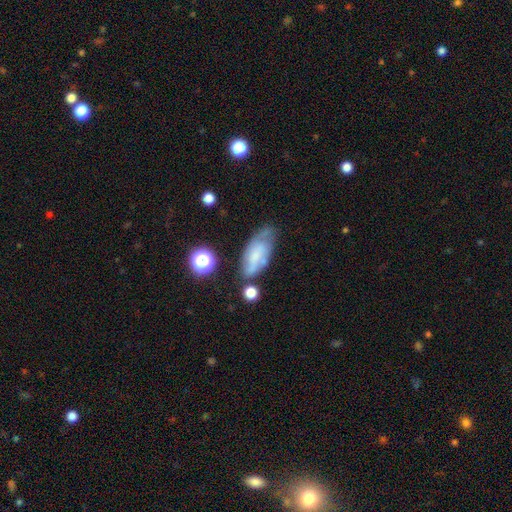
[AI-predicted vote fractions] smooth-or-featured: smooth: 47% | featured or disk: 41% | star or artifact: 11%
  merging: none: 54% | minor disturbance: 28% | major disturbance: 11% | merger: 7%